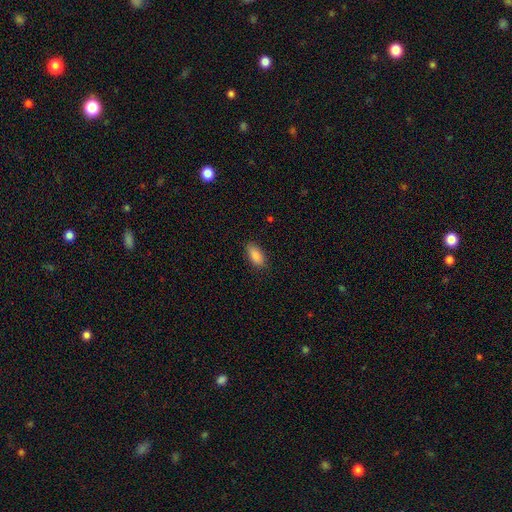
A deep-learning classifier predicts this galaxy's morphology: This appears to be a smooth galaxy with no disk features (88%) that is in between round and cigar-shaped (89%). Merging: none (86%).